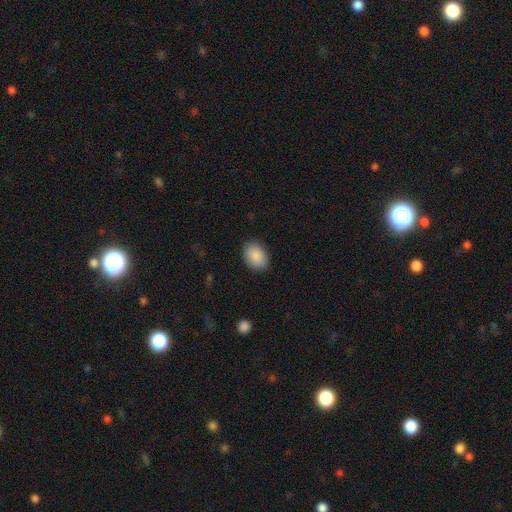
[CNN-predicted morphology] A smooth galaxy with no disk features (89%) that is in between round and cigar-shaped (79%). Merging: none (87%).